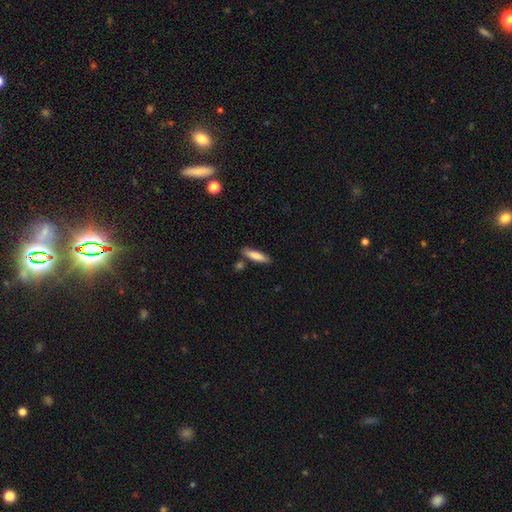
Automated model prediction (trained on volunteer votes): Smooth or featured: smooth — 82% (featured or disk — 12%)
How rounded: cigar-shaped — 73% (in between — 26%)
Merging: none — 80% (minor disturbance — 12%)